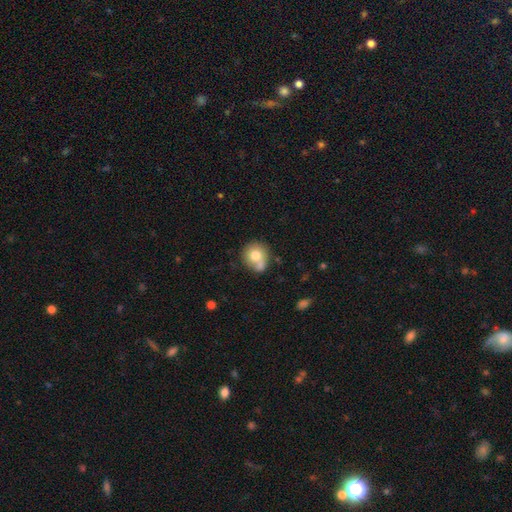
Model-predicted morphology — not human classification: Smooth or featured? smooth (74%)
How rounded? round (85%)
Merging? none (52%)